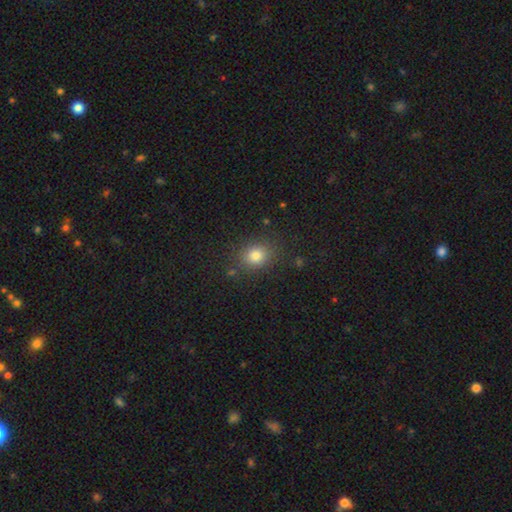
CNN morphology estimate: A smooth galaxy with no disk features (80%) that is round (60%). Merging: none (83%).